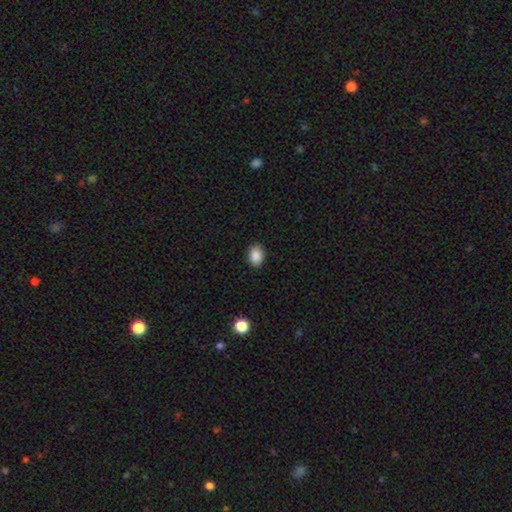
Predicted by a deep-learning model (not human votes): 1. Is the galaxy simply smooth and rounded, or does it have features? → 89% smooth, 9% star or artifact, 3% featured or disk.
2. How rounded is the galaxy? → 66% in between, 33% round, 1% cigar-shaped.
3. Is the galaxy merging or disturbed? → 88% none, 8% minor disturbance, 2% major disturbance, 1% merger.